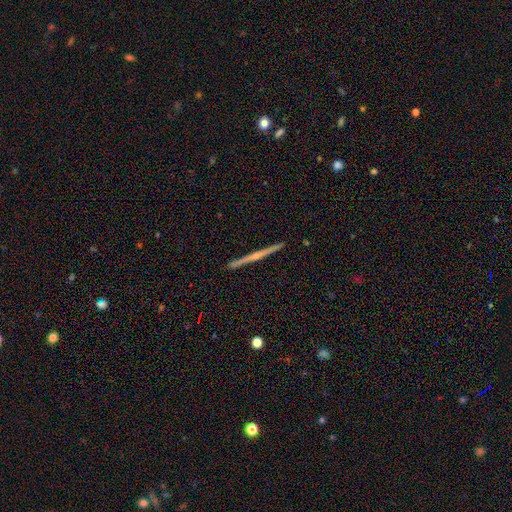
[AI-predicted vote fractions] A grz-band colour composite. It shows a featured or disk galaxy (73%) viewed edge-on (98%) with a rounded central bulge (50%). Merging: none (93%).